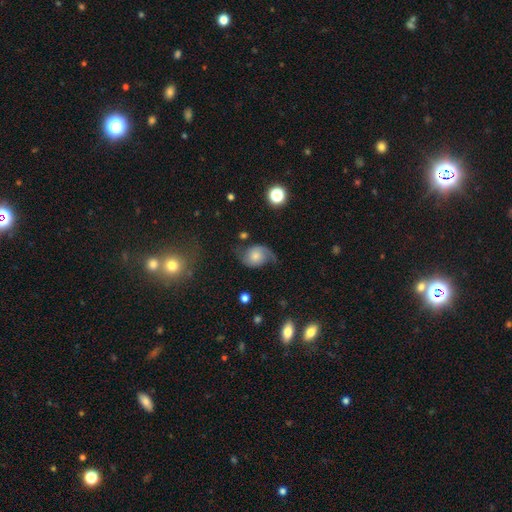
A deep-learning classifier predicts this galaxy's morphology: Overall: featured or disk (59%; smooth 32%). Edge-on disk: no (97%). Bar: no (74%). Spiral arms: yes (91%). Spiral arm count: 2 (77%). Spiral winding: loose (55%; medium 33%). Bulge size: moderate (38%; small 31%). Merging: none (50%; minor disturbance 28%).